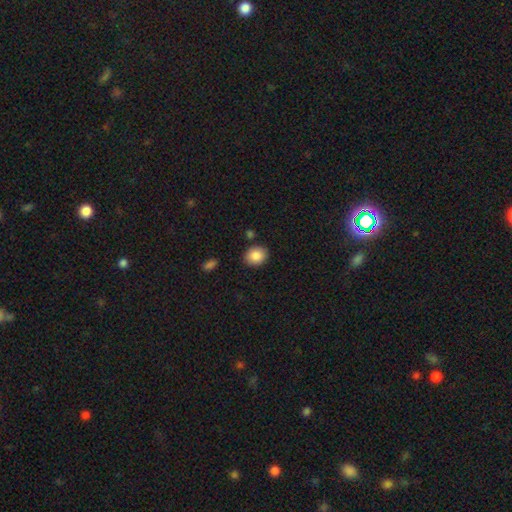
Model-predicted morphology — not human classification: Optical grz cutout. It shows a smooth galaxy with no disk features (86%) that is round (62%). Merging: none (86%).